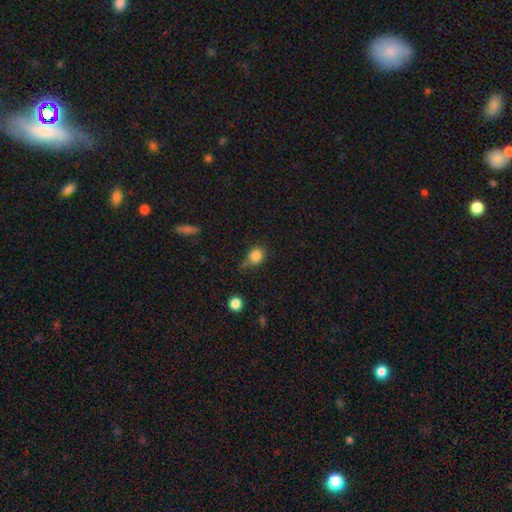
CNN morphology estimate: A smooth galaxy with no disk features (84%) that is round (68%).

Vote fractions:
- Smooth or featured? smooth: 84% / star or artifact: 10% / featured or disk: 5%
- How rounded? round: 68% / in between: 31% / cigar-shaped: 1%
- Merging? none: 57% / minor disturbance: 28% / merger: 8% / major disturbance: 7%